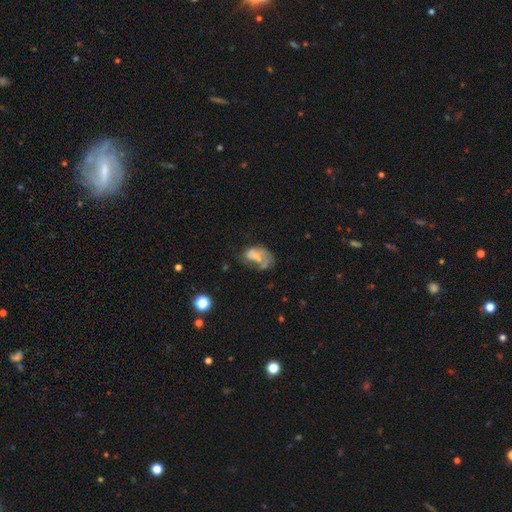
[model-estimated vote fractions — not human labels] A featured or disk galaxy (50%). Merging: major disturbance (39%).